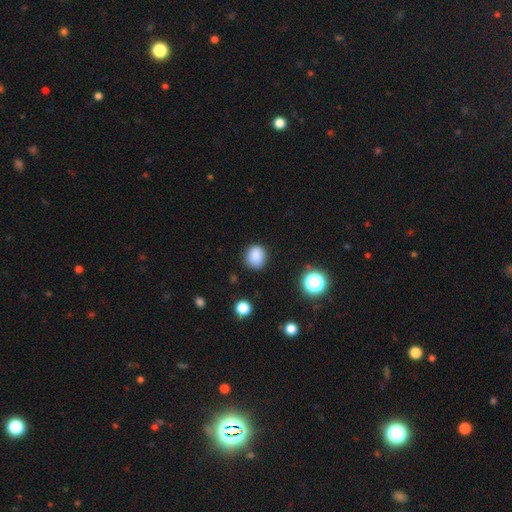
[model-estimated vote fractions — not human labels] This appears to be a smooth galaxy with no disk features (85%) that is round (74%). Merging: none (83%).